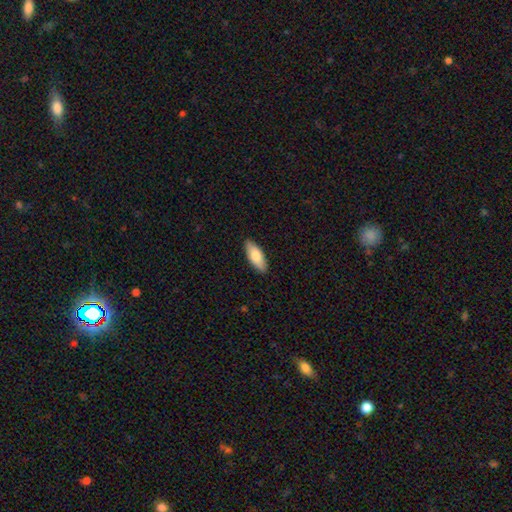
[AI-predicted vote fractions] smooth-or-featured: smooth: 78% | featured or disk: 17% | star or artifact: 5%
  how-rounded: in between: 76% | cigar-shaped: 22% | round: 2%
  merging: none: 89% | minor disturbance: 8% | major disturbance: 2% | merger: 1%